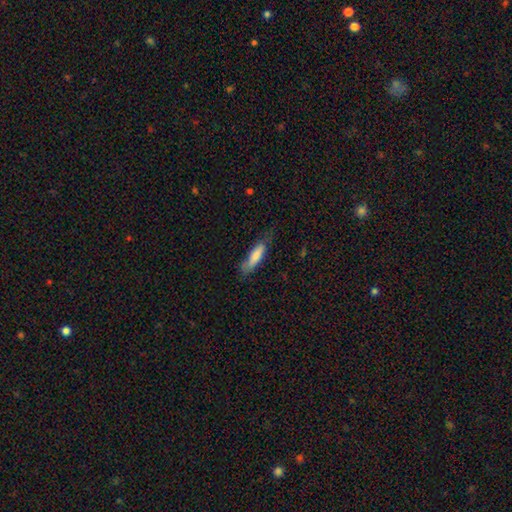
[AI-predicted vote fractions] This is likely a smooth galaxy (77%). How rounded: likely cigar-shaped (65%). Merging: likely none (63%).